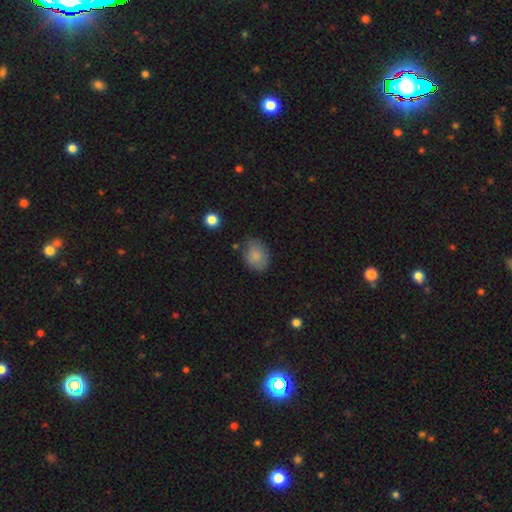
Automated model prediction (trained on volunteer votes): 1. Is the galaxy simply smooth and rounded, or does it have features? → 84% smooth, 8% featured or disk, 8% star or artifact.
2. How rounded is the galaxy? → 72% in between, 27% round, 1% cigar-shaped.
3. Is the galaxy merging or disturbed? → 73% none, 19% minor disturbance, 4% major disturbance, 3% merger.